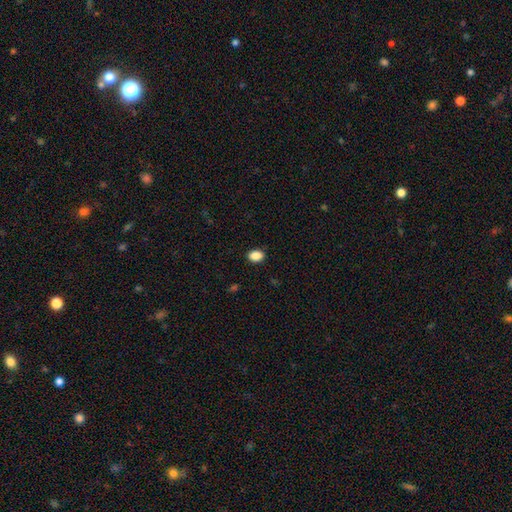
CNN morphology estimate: Q: Smooth or featured?
A: smooth (88%); runner-up: star or artifact (9%)
Q: How rounded?
A: in between (75%); runner-up: round (24%)
Q: Merging?
A: none (88%); runner-up: minor disturbance (9%)